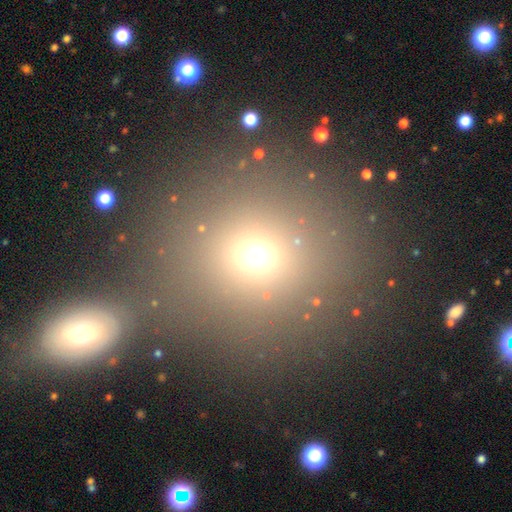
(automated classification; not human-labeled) Smooth or featured?
  - smooth: 65% *
  - star or artifact: 25%
  - featured or disk: 10%
How rounded?
  - round: 85% *
  - in between: 14%
  - cigar-shaped: 1%
Merging?
  - none: 65% *
  - merger: 21%
  - minor disturbance: 8%
  - major disturbance: 6%